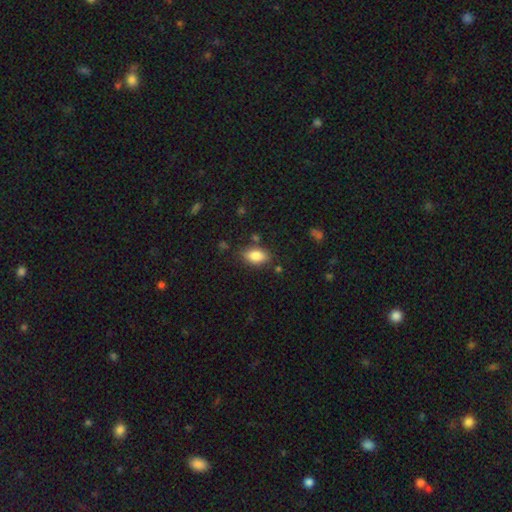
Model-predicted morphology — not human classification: smooth_or_featured: smooth (p=0.85) [alt: star or artifact p=0.08]
how_rounded: in between (p=0.90) [alt: round p=0.07]
merging: none (p=0.80) [alt: minor disturbance p=0.13]